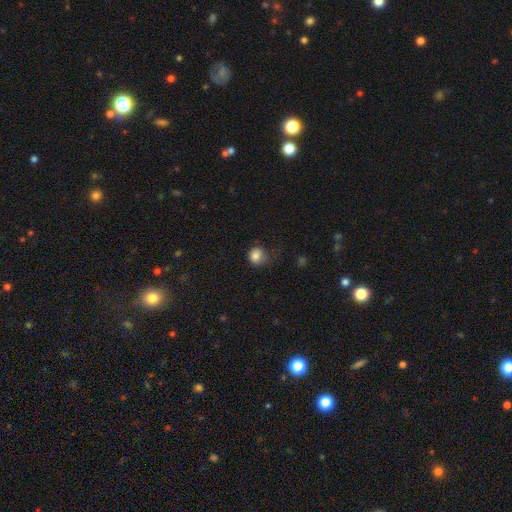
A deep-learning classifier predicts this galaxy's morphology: A smooth galaxy with no disk features (82%) that is round (81%). Merging: none (54%).